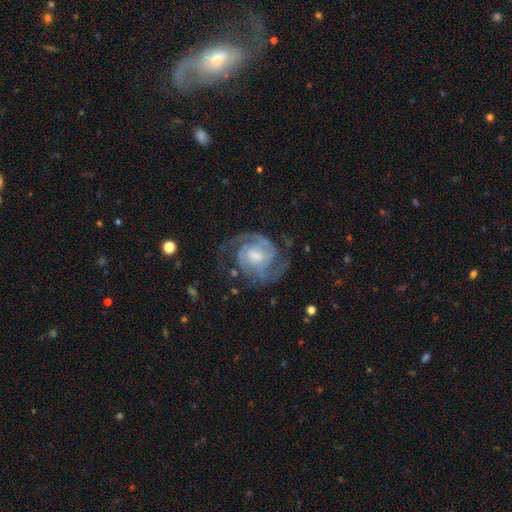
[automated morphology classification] Smooth or featured? Predicted: featured or disk (p=0.89). Edge-on disk? Predicted: no (p=0.98). Bar? Predicted: weak (p=0.47). Spiral arms? Predicted: yes (p=0.97). Spiral winding? Predicted: tight (p=0.50). Spiral arm count? Predicted: 2 (p=0.63). Bulge size? Predicted: moderate (p=0.45). Merging? Predicted: none (p=0.68).